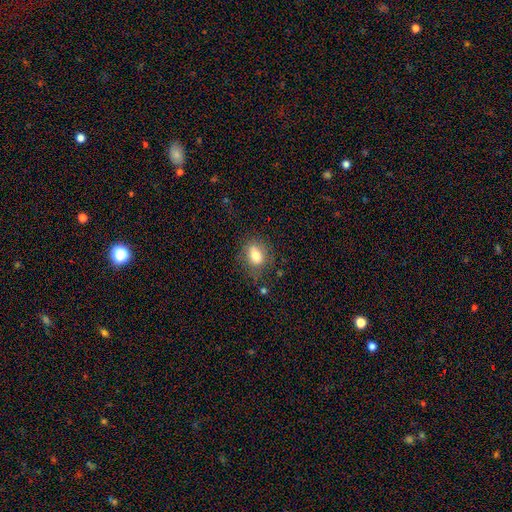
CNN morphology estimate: smooth-or-featured: smooth: 75% | featured or disk: 15% | star or artifact: 10%
  how-rounded: in between: 64% | round: 33% | cigar-shaped: 3%
  merging: none: 68% | minor disturbance: 21% | major disturbance: 8% | merger: 3%